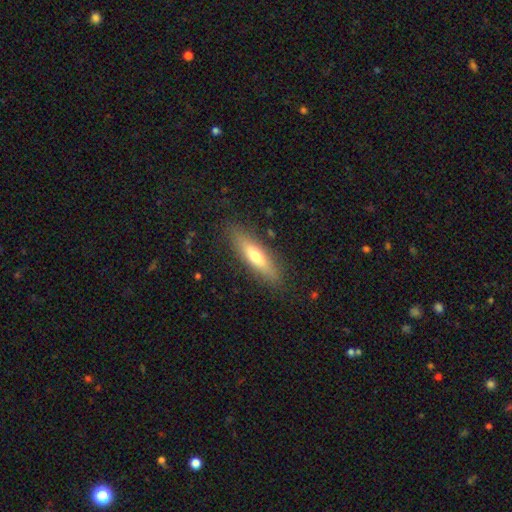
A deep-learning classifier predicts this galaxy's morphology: smooth 59%, featured or disk 35%, star or artifact 6%. Down the decision tree: how rounded — cigar-shaped (69%); merging — none (86%).